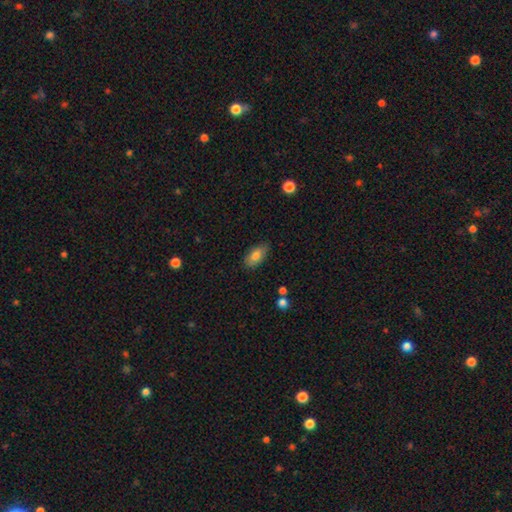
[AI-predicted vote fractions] smooth 79%, featured or disk 14%, star or artifact 7%. Down the decision tree: how rounded — in between (89%); merging — none (81%).